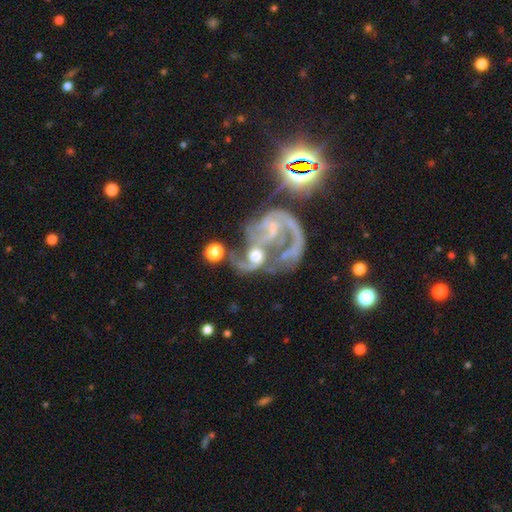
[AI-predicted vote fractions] A star or artifact, not a galaxy (74%).

Vote fractions:
- Smooth or featured? star or artifact: 74% / smooth: 14% / featured or disk: 12%